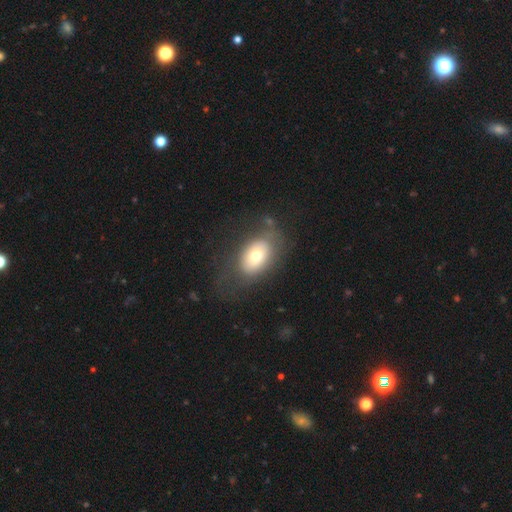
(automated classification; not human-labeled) smooth-or-featured: smooth: 66% | featured or disk: 25% | star or artifact: 9%
  how-rounded: in between: 83% | round: 16% | cigar-shaped: 1%
  merging: none: 62% | minor disturbance: 20% | major disturbance: 15% | merger: 2%